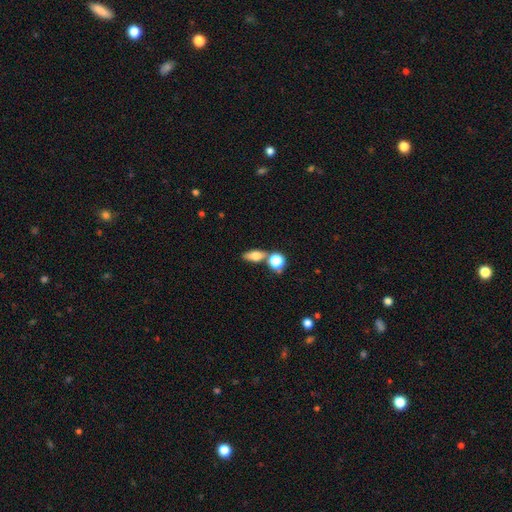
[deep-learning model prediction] This is likely a smooth galaxy (71%). How rounded: likely in between (72%). Merging: likely none (61%).